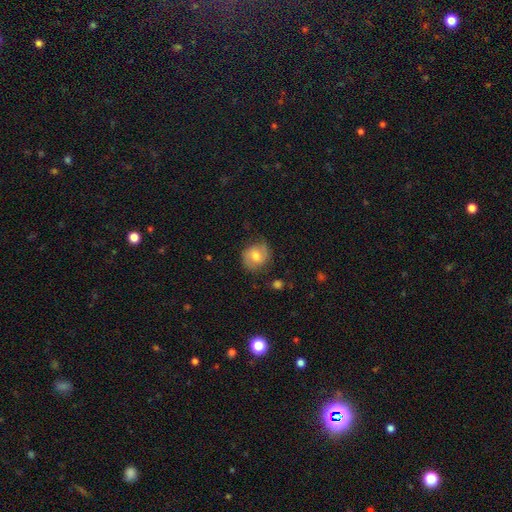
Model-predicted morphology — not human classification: Overall: smooth (49%; featured or disk 43%). Merging: none (71%).